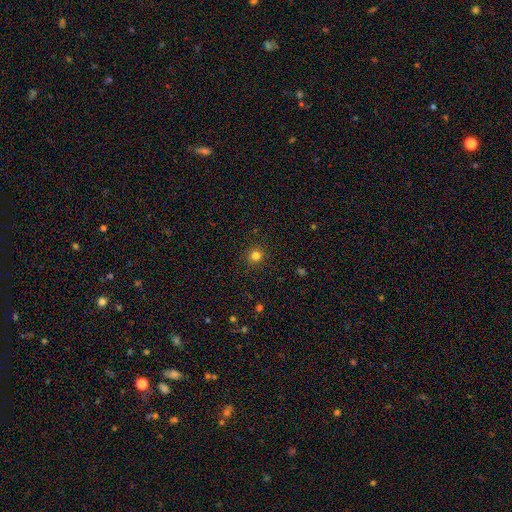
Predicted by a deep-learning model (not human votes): The model was most divided on "smooth or featured": smooth: 81%, star or artifact: 14%, featured or disk: 5%. More confident: how rounded — round (92%); merging — none (90%).